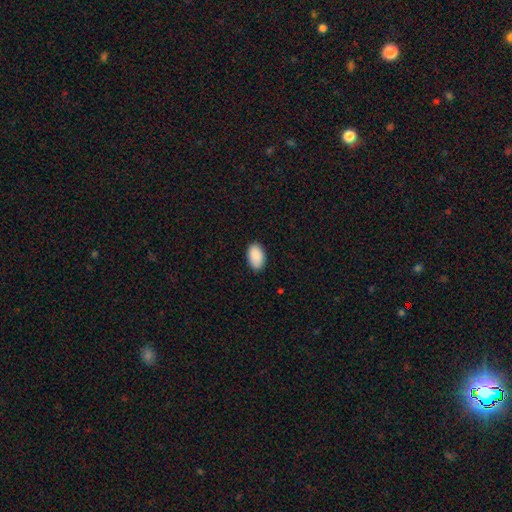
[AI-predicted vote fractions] smooth_or_featured: smooth (p=0.91) [alt: star or artifact p=0.06]
how_rounded: in between (p=0.94) [alt: round p=0.05]
merging: none (p=0.87) [alt: minor disturbance p=0.10]